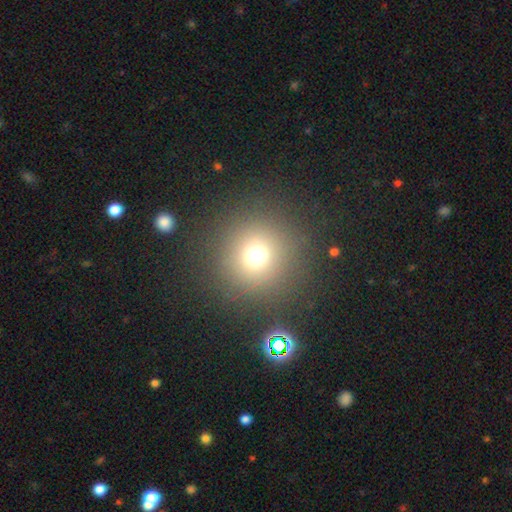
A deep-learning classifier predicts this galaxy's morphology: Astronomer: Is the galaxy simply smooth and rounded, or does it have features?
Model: smooth — 69%.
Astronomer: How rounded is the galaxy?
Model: round — 95%.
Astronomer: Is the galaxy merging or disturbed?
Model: none — 86%.